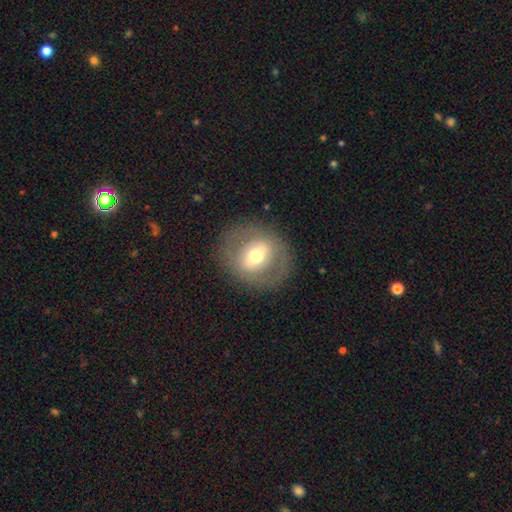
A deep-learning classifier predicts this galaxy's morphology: featured or disk 52%, smooth 40%, star or artifact 8%. Down the decision tree: edge-on disk — no (89%); merging — none (82%).